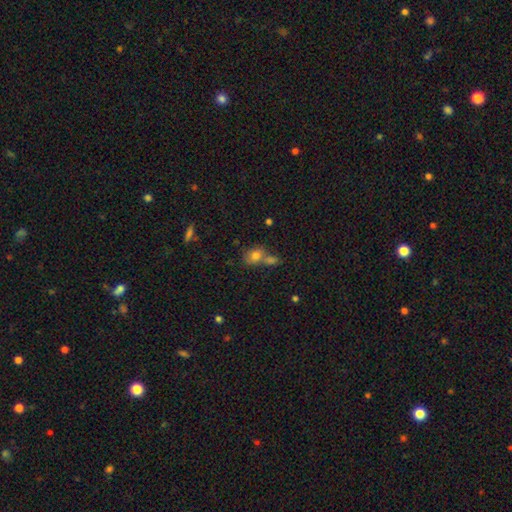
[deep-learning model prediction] Smooth or featured?
  - smooth: 76% *
  - featured or disk: 12%
  - star or artifact: 11%
How rounded?
  - in between: 65% *
  - round: 33%
  - cigar-shaped: 2%
Merging?
  - merger: 48% *
  - none: 36%
  - minor disturbance: 11%
  - major disturbance: 5%